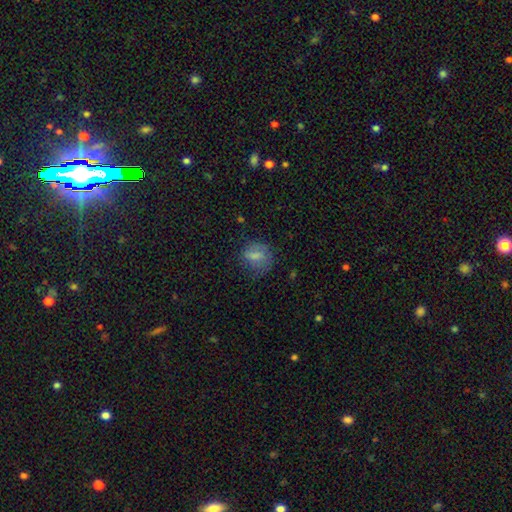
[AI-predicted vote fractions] smooth 65%, featured or disk 25%, star or artifact 10%. Down the decision tree: how rounded — round (52%); merging — none (52%).